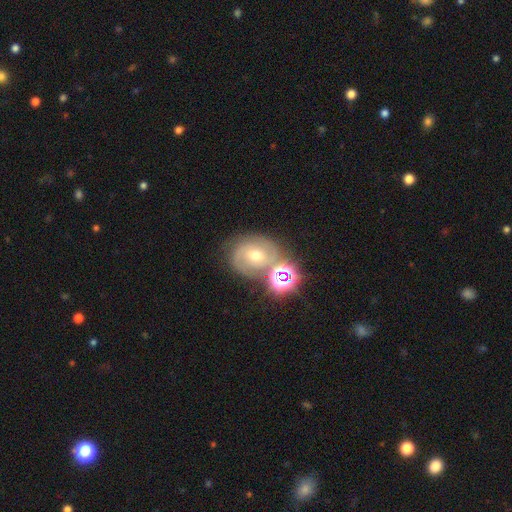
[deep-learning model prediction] featured or disk 56%, star or artifact 22%, smooth 22%. Down the decision tree: edge-on disk — no (97%); bar — no (56%); spiral arms — yes (84%); bulge size — moderate (63%); merging — none (56%).